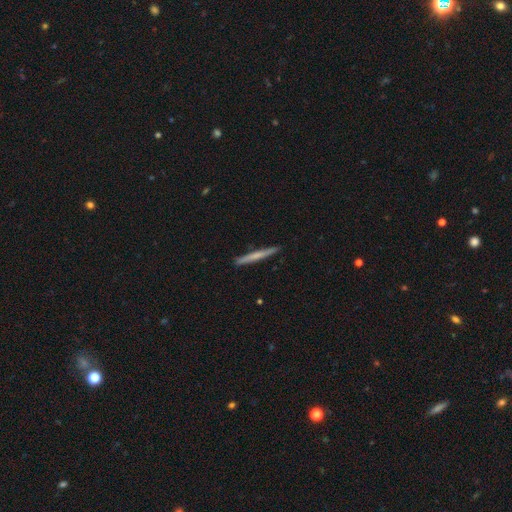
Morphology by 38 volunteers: Volunteers were most divided on "smooth or featured": featured or disk: 55%, smooth: 45%, star or artifact: 0%. More confident: edge-on disk — yes (95%); merging — none (95%); edge-on bulge — none (70%).